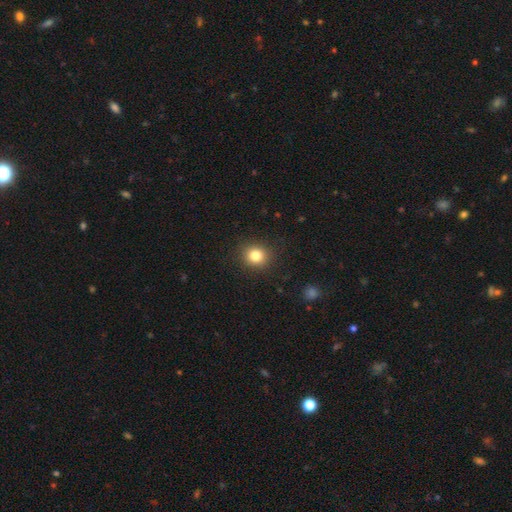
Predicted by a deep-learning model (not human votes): Morphology: type=smooth (82%); roundness=round (83%); merging=none (90%).